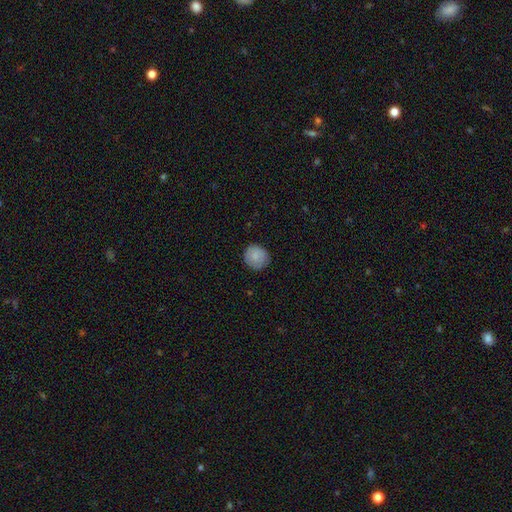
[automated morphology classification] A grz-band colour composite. It shows a smooth galaxy with no disk features (86%) that is round (90%). Merging: none (86%).